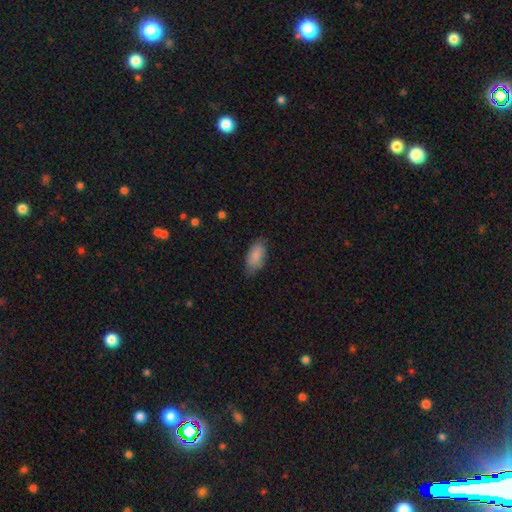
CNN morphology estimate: This is clearly a smooth galaxy (86%). How rounded: clearly in between (93%). Merging: likely none (74%).